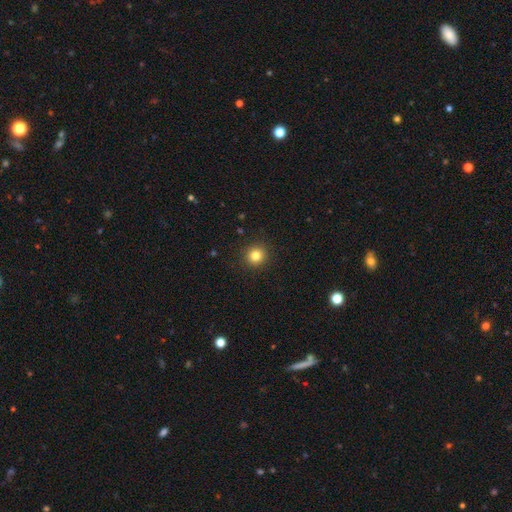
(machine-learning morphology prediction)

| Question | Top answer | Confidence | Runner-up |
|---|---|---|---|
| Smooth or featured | smooth | 82% | star or artifact (12%) |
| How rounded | round | 92% | in between (7%) |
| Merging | none | 92% | minor disturbance (5%) |